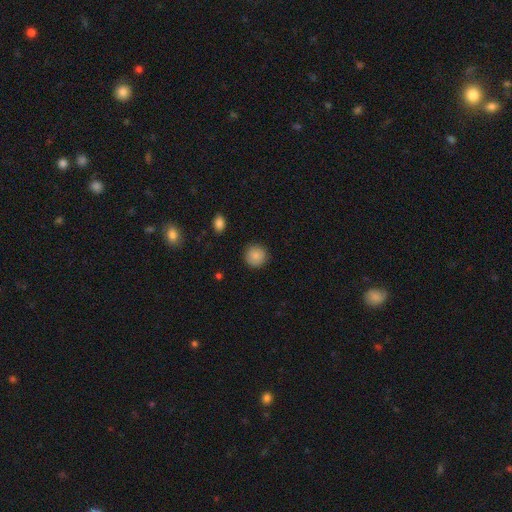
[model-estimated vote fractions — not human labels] This appears to be a smooth galaxy with no disk features (87%) that is round (93%). Merging: none (90%).